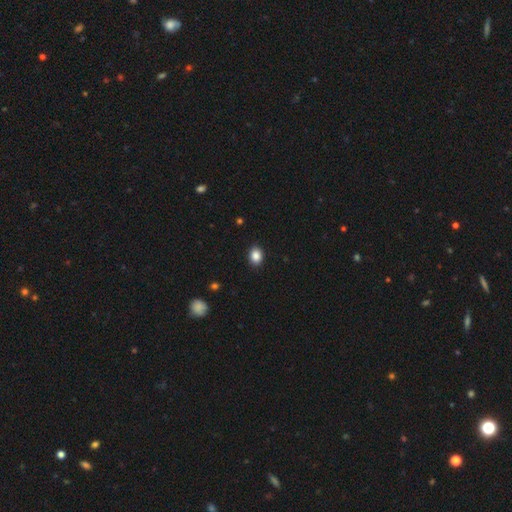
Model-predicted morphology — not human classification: smooth-or-featured: smooth: 87% | star or artifact: 9% | featured or disk: 4%
  how-rounded: in between: 60% | round: 39% | cigar-shaped: 1%
  merging: none: 90% | minor disturbance: 8% | major disturbance: 2% | merger: 1%